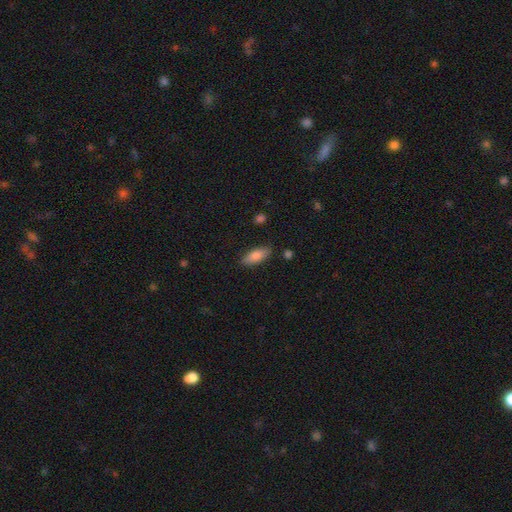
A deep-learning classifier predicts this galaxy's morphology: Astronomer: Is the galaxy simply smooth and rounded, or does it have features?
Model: smooth — 82%.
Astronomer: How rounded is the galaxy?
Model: in between — 77%.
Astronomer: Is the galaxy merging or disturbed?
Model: none — 85%.